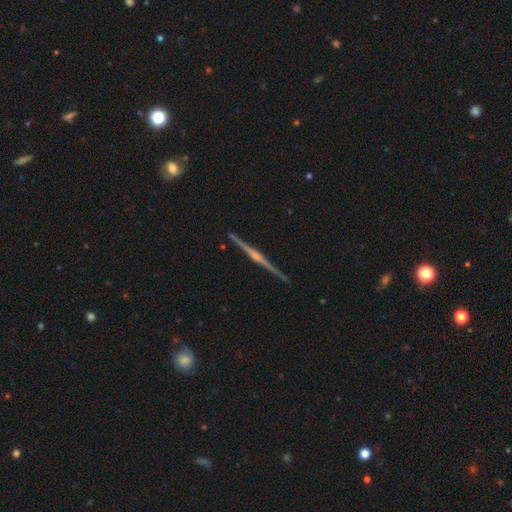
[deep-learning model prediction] Smooth or featured?
  - featured or disk: 87% *
  - smooth: 8%
  - star or artifact: 5%
Edge-on disk?
  - yes: 99% *
  - no: 1%
Edge-on bulge?
  - rounded: 80% *
  - none: 12%
  - boxy: 8%
Merging?
  - none: 92% *
  - minor disturbance: 6%
  - major disturbance: 1%
  - merger: 1%